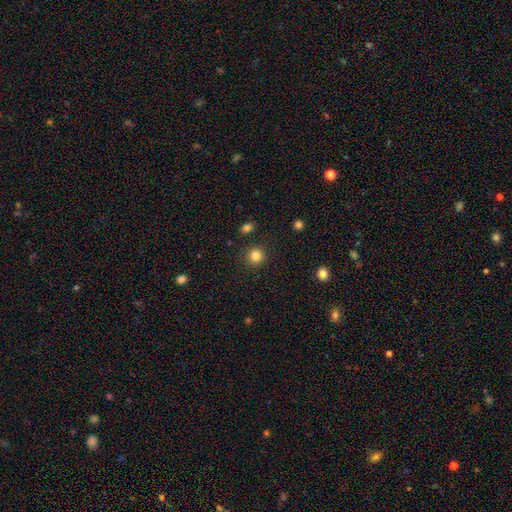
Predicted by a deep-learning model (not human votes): Q: Smooth or featured?
A: smooth (84%); runner-up: star or artifact (12%)
Q: How rounded?
A: round (93%); runner-up: in between (6%)
Q: Merging?
A: none (90%); runner-up: minor disturbance (6%)